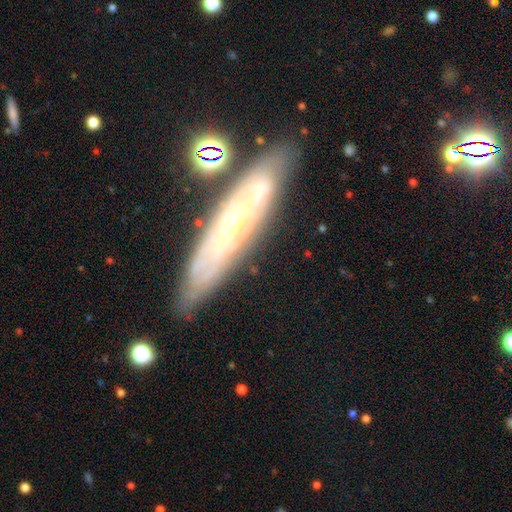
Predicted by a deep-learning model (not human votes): The model was most divided on "edge-on disk": no: 54%, yes: 46%. More confident: merging — none (79%); smooth or featured — featured or disk (69%).